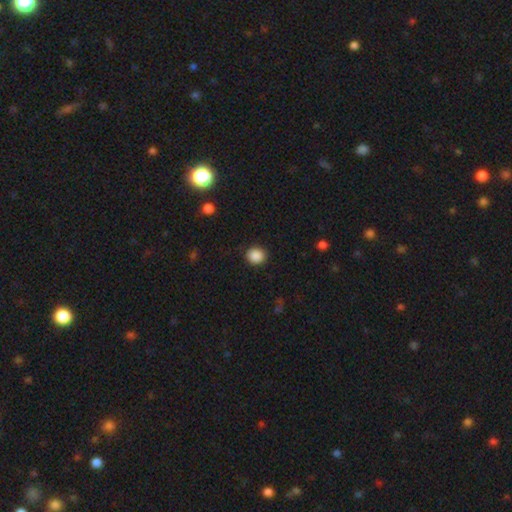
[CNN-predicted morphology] This appears to be a smooth galaxy with no disk features (88%) that is round (80%). Merging: none (89%).